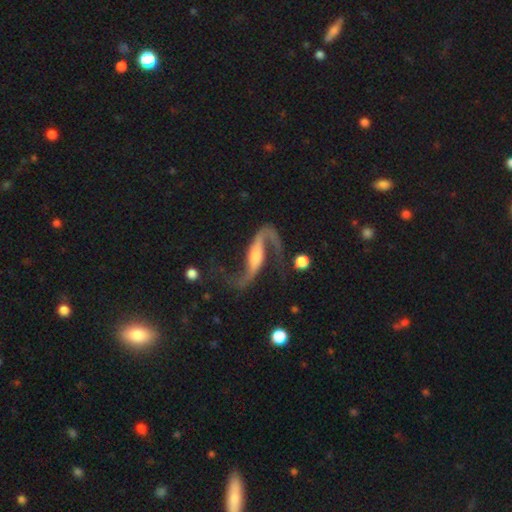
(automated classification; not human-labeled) A featured or disk galaxy (90%) with a strong bar (41%), 2 (92%) loose (82%) spiral arms (97%) and a moderate central bulge (40%).

Vote fractions:
- Smooth or featured? featured or disk: 90% / smooth: 6% / star or artifact: 5%
- Edge-on disk? no: 91% / yes: 9%
- Bar? strong: 41% / weak: 30% / no: 29%
- Spiral arms? yes: 97% / no: 3%
- Spiral winding? loose: 82% / medium: 15% / tight: 4%
- Spiral arm count? 2: 92% / 1: 4% / can't tell: 1% / 3: 1% / 4: 1% / more than 4: 1%
- Bulge size? moderate: 40% / small: 32% / large: 14% / none: 11% / dominant: 3%
- Merging? none: 66% / major disturbance: 15% / minor disturbance: 15% / merger: 4%